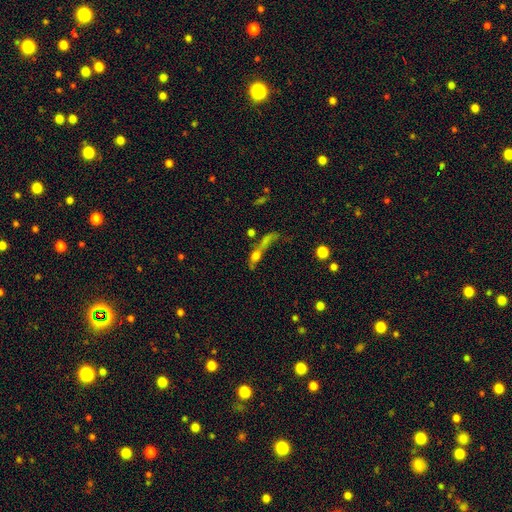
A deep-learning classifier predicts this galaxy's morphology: This is possibly a smooth galaxy (46%). Merging: marginally major disturbance (32%).